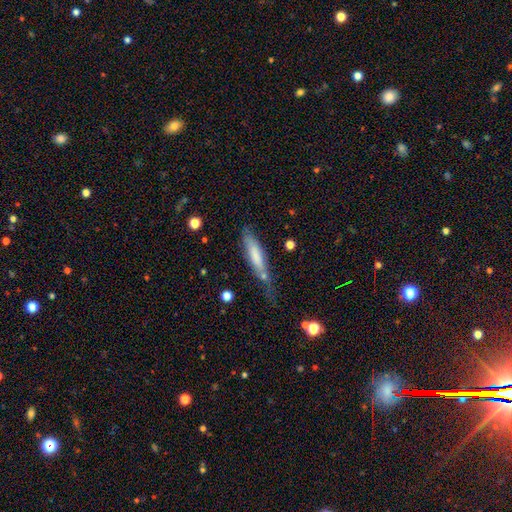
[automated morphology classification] smooth_or_featured: smooth (p=0.64) [alt: featured or disk p=0.29]
how_rounded: cigar-shaped (p=0.80) [alt: in between p=0.19]
merging: none (p=0.45) [alt: minor disturbance p=0.31]